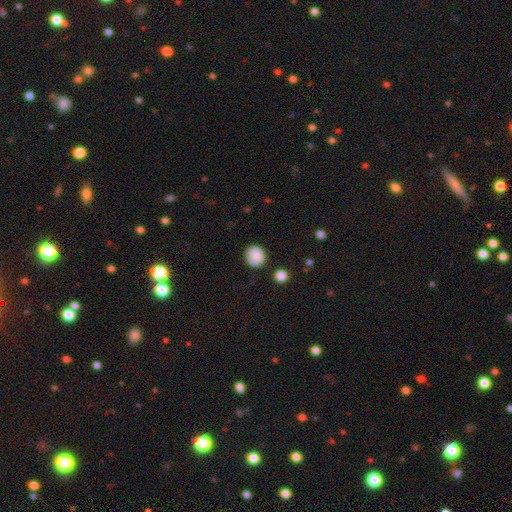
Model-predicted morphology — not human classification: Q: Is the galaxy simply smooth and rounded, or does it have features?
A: smooth — 82%.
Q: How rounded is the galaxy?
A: round — 85%.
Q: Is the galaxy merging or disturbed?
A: none — 82%.